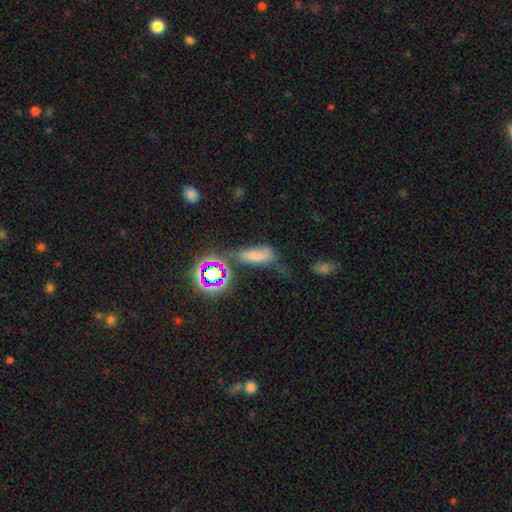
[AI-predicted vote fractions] Smooth or featured: smooth — 60% (star or artifact — 21%)
How rounded: in between — 70% (cigar-shaped — 24%)
Merging: none — 41% (minor disturbance — 26%)